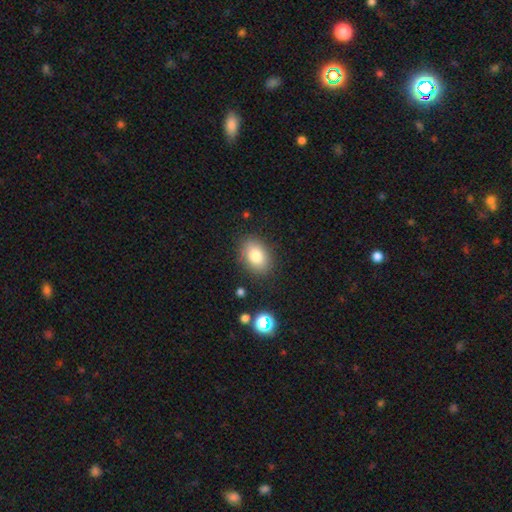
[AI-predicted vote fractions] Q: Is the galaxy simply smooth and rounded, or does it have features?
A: smooth — 81%.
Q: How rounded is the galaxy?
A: in between — 76%.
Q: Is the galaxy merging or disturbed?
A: none — 84%.